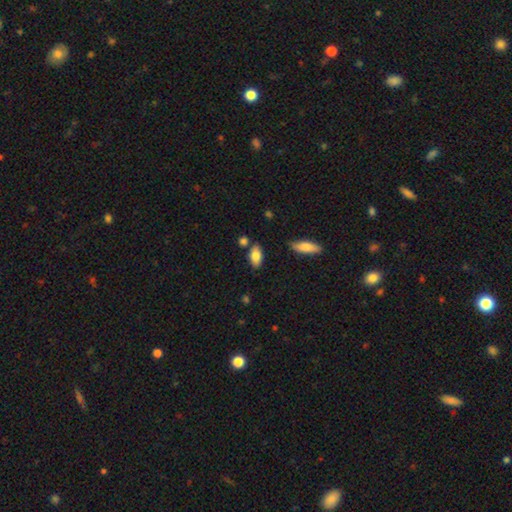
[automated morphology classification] Smooth or featured: smooth — 80% (featured or disk — 14%)
How rounded: in between — 90% (cigar-shaped — 6%)
Merging: none — 77% (minor disturbance — 12%)